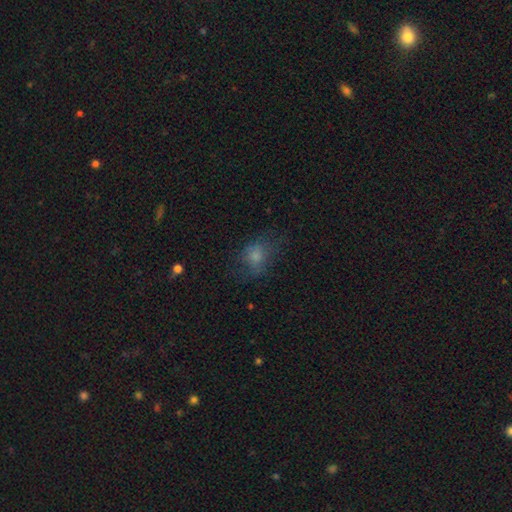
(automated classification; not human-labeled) A smooth galaxy with no disk features (66%) that is in between round and cigar-shaped (50%). Merging: none (58%).